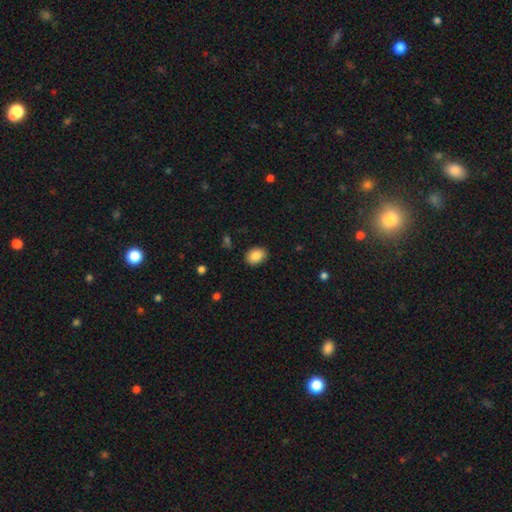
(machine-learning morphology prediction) smooth_or_featured: smooth (p=0.86) [alt: star or artifact p=0.08]
how_rounded: in between (p=0.72) [alt: round p=0.27]
merging: none (p=0.88) [alt: minor disturbance p=0.09]